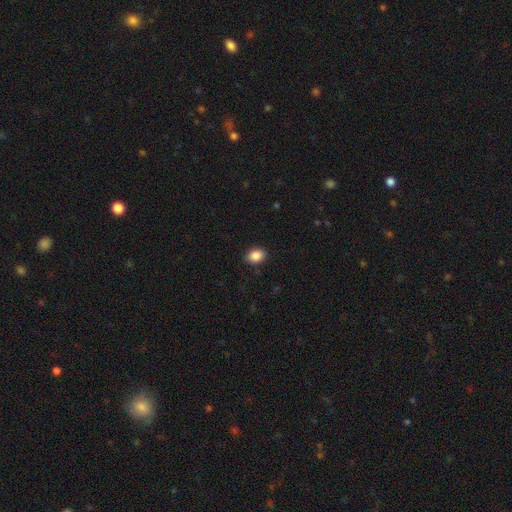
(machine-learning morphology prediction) This is clearly a smooth galaxy (88%). How rounded: likely in between (70%). Merging: clearly none (89%).